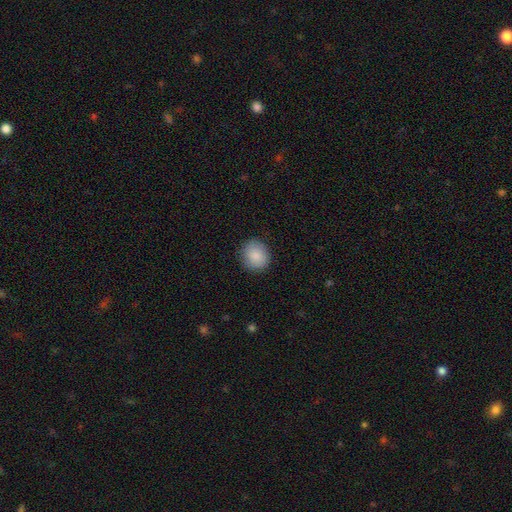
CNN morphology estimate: type=smooth (87%); roundness=round (78%); merging=none (86%).